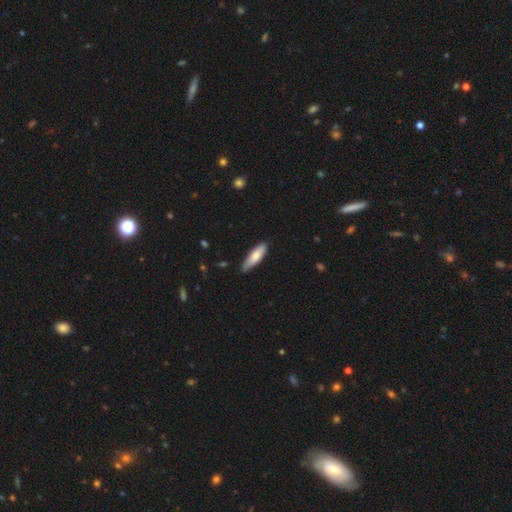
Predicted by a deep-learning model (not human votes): Overall: smooth (74%). How rounded: cigar-shaped (60%; in between 38%). Merging: none (80%).